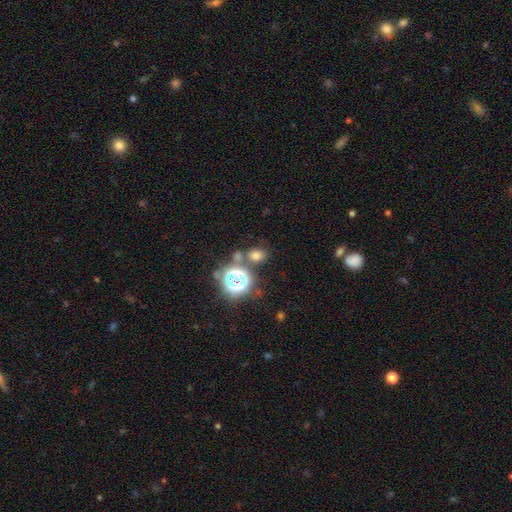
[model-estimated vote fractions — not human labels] Smooth or featured: smooth — 65% (star or artifact — 28%)
How rounded: in between — 50% (round — 49%)
Merging: none — 71% (merger — 15%)